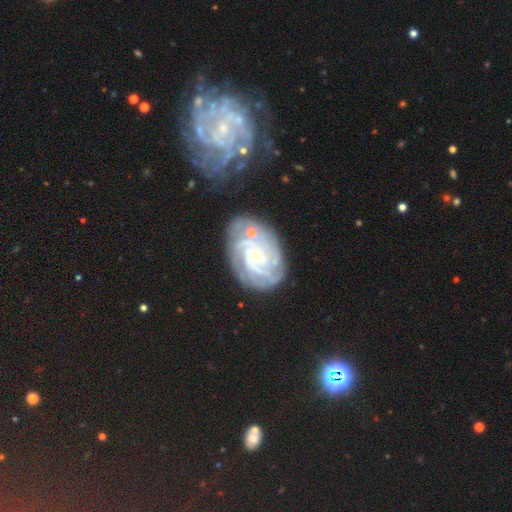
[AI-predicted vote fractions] This is clearly a featured or disk galaxy (86%). It is clearly not viewed edge-on (97%). Bar: likely no (67%). Spiral arm pattern: clearly yes (96%). Spiral arm count: marginally can't tell (27%). Spiral winding: likely tight (72%). Central bulge: clearly small (81%). Merging: likely none (63%).